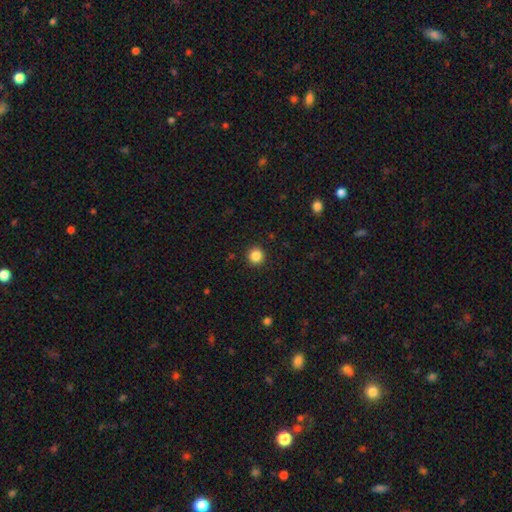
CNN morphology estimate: A smooth galaxy with no disk features (85%) that is round (96%).

Vote fractions:
- Smooth or featured? smooth: 85% / star or artifact: 11% / featured or disk: 4%
- How rounded? round: 96% / in between: 4% / cigar-shaped: 1%
- Merging? none: 93% / minor disturbance: 5% / major disturbance: 2% / merger: 1%